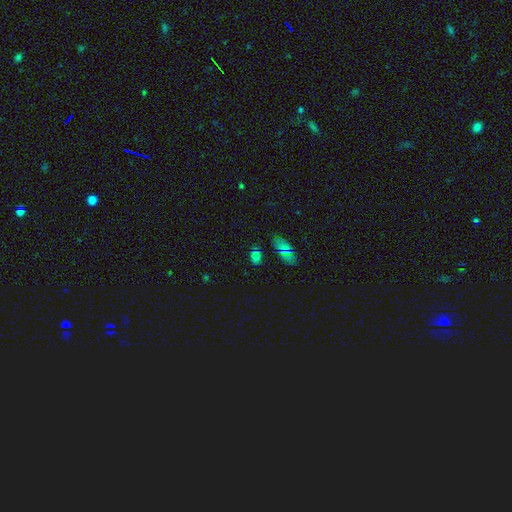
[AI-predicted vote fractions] smooth_or_featured: smooth (p=0.58) [alt: star or artifact p=0.34]
how_rounded: in between (p=0.78) [alt: round p=0.17]
merging: none (p=0.77) [alt: minor disturbance p=0.14]